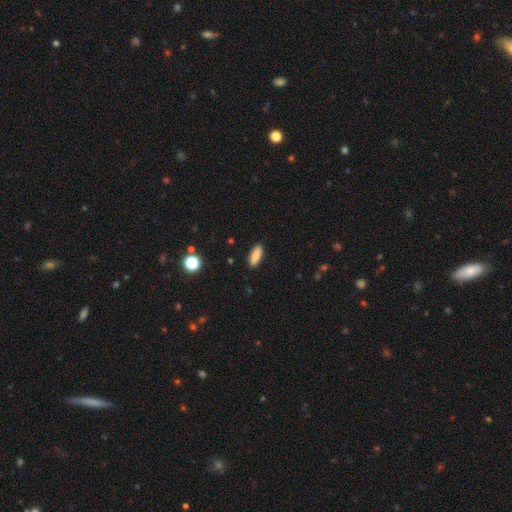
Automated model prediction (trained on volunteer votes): smooth 85%, star or artifact 8%, featured or disk 7%. Down the decision tree: how rounded — in between (65%); merging — none (89%).